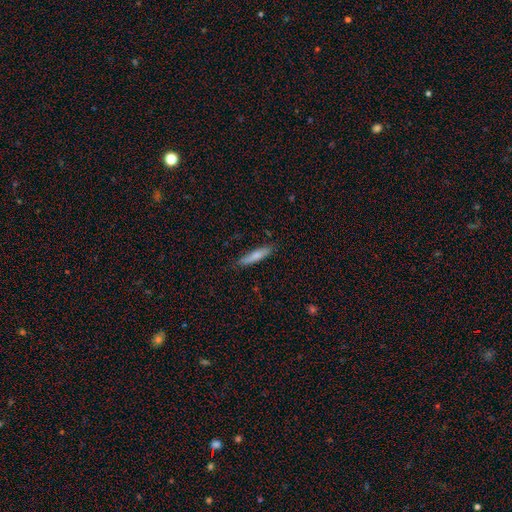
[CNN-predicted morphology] A smooth galaxy with no disk features (76%) that is cigar-shaped (83%). Merging: none (83%).